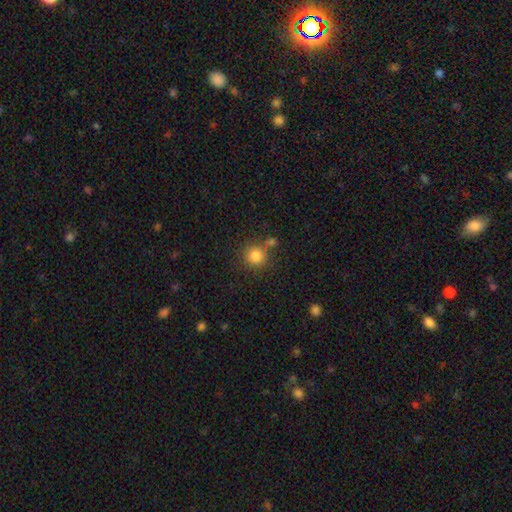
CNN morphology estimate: smooth-or-featured: smooth: 84% | star or artifact: 11% | featured or disk: 5%
  how-rounded: round: 91% | in between: 8% | cigar-shaped: 1%
  merging: none: 73% | merger: 12% | minor disturbance: 11% | major disturbance: 4%